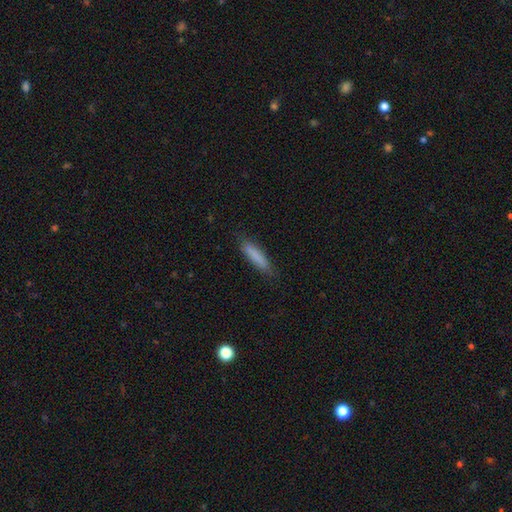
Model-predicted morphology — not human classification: Smooth or featured? smooth (83%)
How rounded? cigar-shaped (82%)
Merging? none (84%)